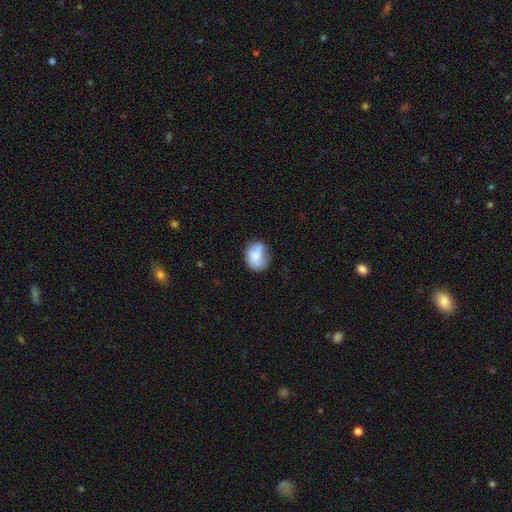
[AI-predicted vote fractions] This appears to be a smooth galaxy with no disk features (69%) that is round (53%). Merging: none (47%).